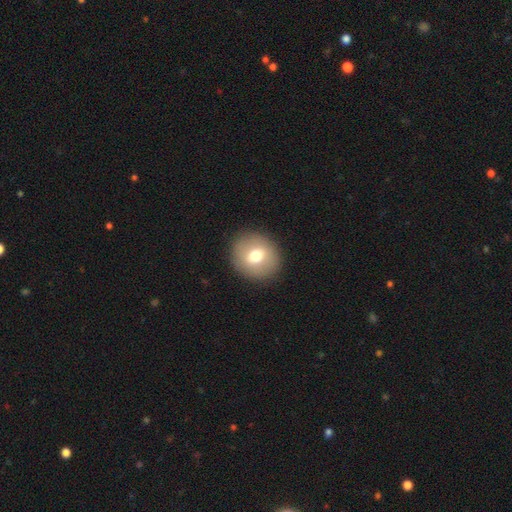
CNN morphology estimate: type=smooth (68%); roundness=round (82%); merging=none (90%).